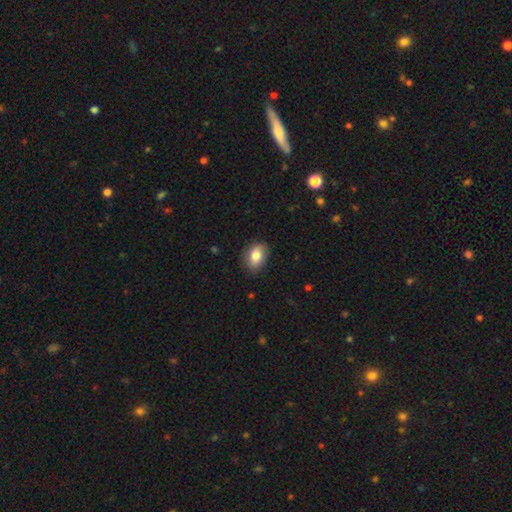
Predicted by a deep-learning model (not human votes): Smooth or featured: smooth — 81% (featured or disk — 12%)
How rounded: in between — 80% (round — 19%)
Merging: none — 84% (minor disturbance — 12%)